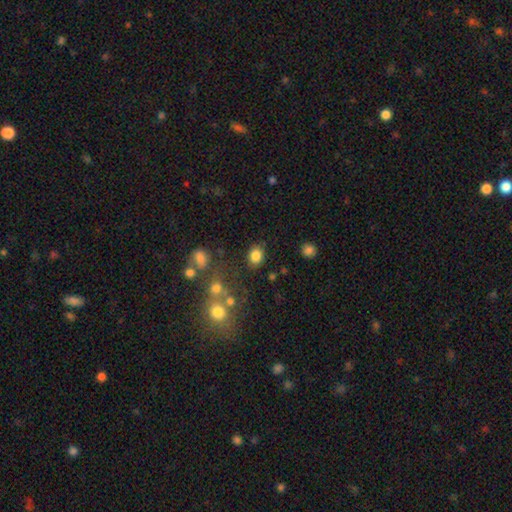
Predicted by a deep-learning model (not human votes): A smooth galaxy with no disk features (83%) that is in between round and cigar-shaped (51%).

Vote fractions:
- Smooth or featured? smooth: 83% / star or artifact: 11% / featured or disk: 6%
- How rounded? in between: 51% / round: 48% / cigar-shaped: 1%
- Merging? none: 81% / minor disturbance: 11% / merger: 4% / major disturbance: 4%